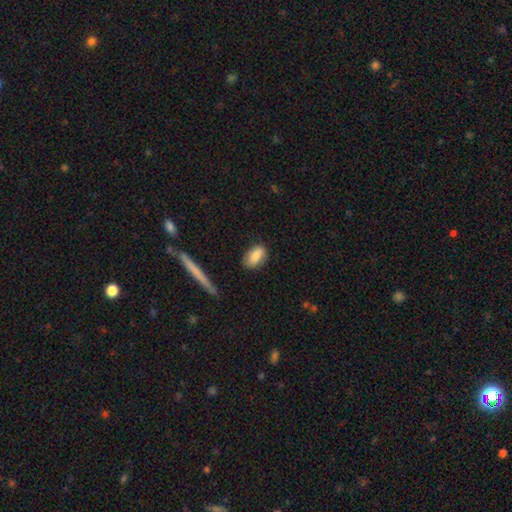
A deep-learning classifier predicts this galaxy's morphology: A smooth galaxy with no disk features (84%) that is in between round and cigar-shaped (88%).

Vote fractions:
- Smooth or featured? smooth: 84% / featured or disk: 9% / star or artifact: 7%
- How rounded? in between: 88% / round: 7% / cigar-shaped: 5%
- Merging? none: 78% / minor disturbance: 17% / major disturbance: 3% / merger: 2%